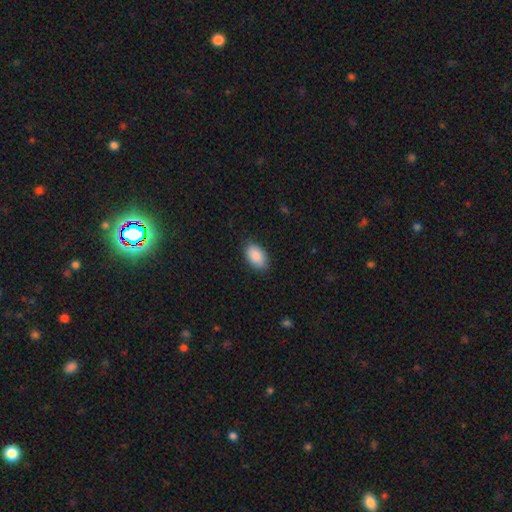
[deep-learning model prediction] Morphology: type=smooth (90%); roundness=in between (93%); merging=none (86%).